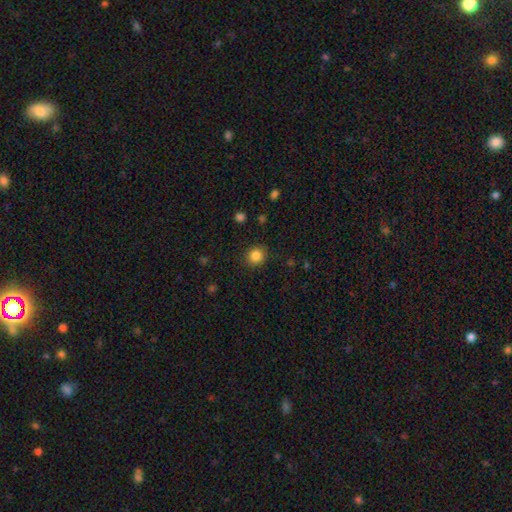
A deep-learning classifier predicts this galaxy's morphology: Smooth or featured? Predicted: smooth (p=0.85). How rounded? Predicted: round (p=0.87). Merging? Predicted: none (p=0.88).